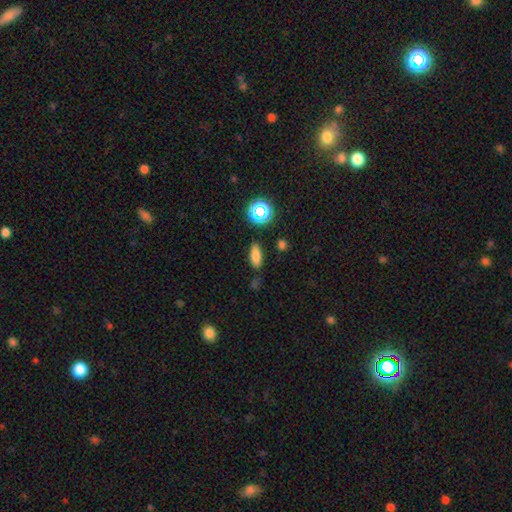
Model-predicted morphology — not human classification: Q: Smooth or featured?
A: smooth (76%); runner-up: star or artifact (15%)
Q: How rounded?
A: in between (66%); runner-up: cigar-shaped (28%)
Q: Merging?
A: none (82%); runner-up: minor disturbance (12%)